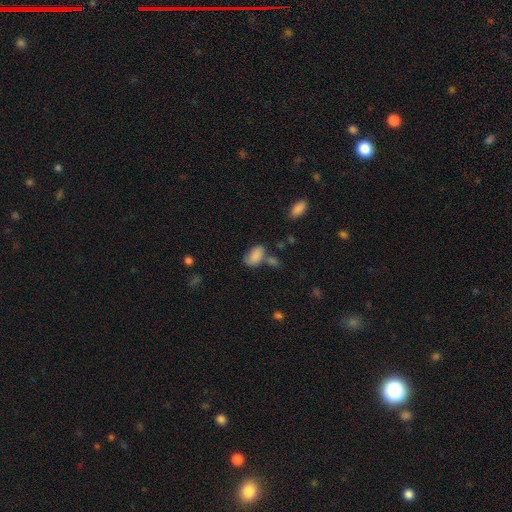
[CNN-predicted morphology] smooth 84%, star or artifact 9%, featured or disk 8%. Down the decision tree: how rounded — in between (92%); merging — none (47%).